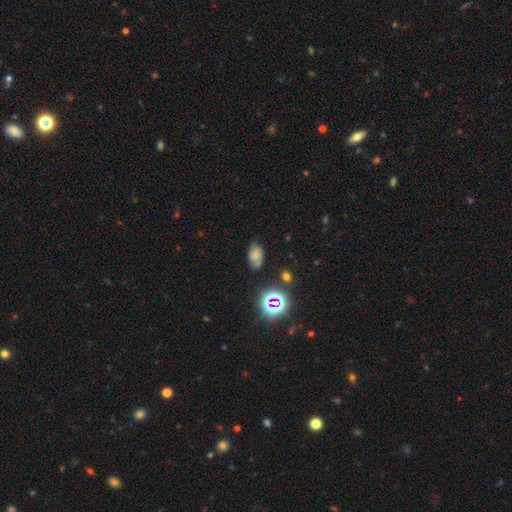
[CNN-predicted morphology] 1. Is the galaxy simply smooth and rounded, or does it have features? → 59% smooth, 22% star or artifact, 19% featured or disk.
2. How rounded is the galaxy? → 86% in between, 13% round, 2% cigar-shaped.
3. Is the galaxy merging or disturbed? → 61% none, 25% minor disturbance, 8% major disturbance, 6% merger.